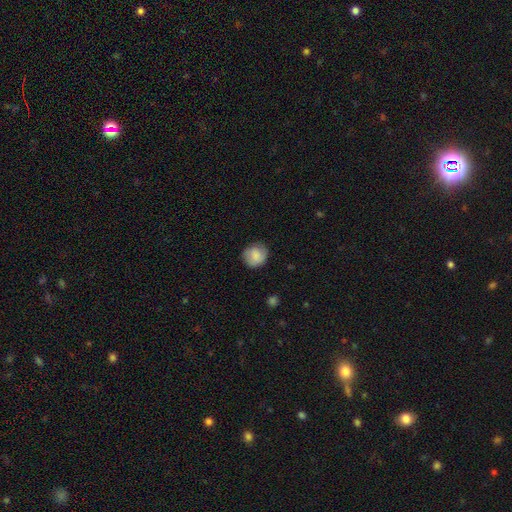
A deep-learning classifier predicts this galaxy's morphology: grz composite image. It shows a smooth galaxy with no disk features (83%) that is round (86%). Merging: none (79%).